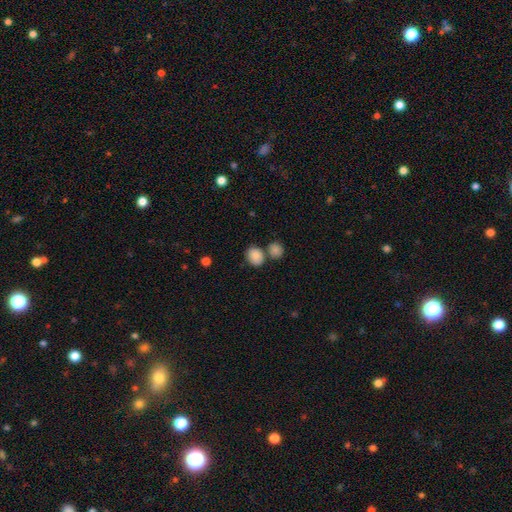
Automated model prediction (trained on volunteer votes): smooth 86%, star or artifact 8%, featured or disk 5%. Down the decision tree: how rounded — round (50%); merging — none (59%).